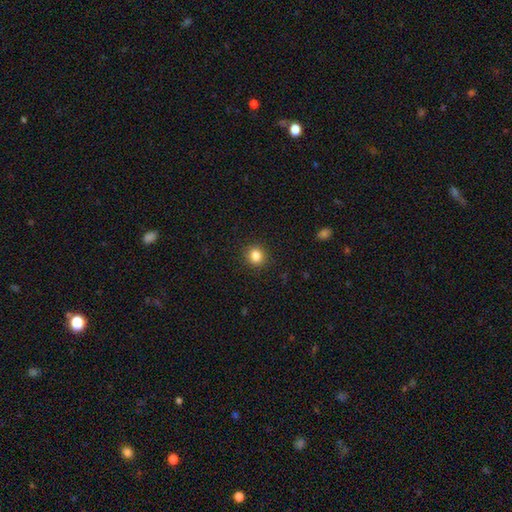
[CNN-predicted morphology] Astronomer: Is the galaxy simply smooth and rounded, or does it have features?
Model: smooth — 84%.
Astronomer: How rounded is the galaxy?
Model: round — 85%.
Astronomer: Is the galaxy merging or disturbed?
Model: none — 91%.